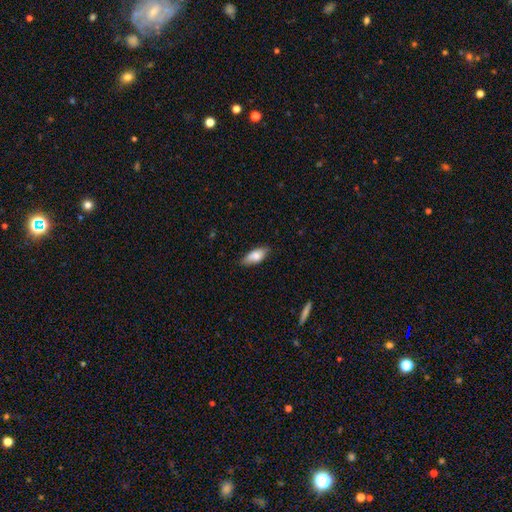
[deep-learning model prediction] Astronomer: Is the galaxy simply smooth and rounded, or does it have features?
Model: smooth — 79%.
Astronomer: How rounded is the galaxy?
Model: in between — 80%.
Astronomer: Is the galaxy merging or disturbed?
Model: none — 79%.